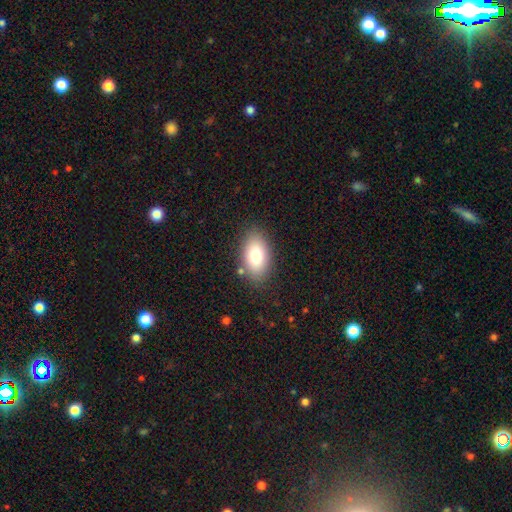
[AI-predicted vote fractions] smooth-or-featured: smooth: 78% | featured or disk: 13% | star or artifact: 8%
  how-rounded: in between: 91% | round: 7% | cigar-shaped: 2%
  merging: none: 83% | minor disturbance: 11% | major disturbance: 3% | merger: 3%